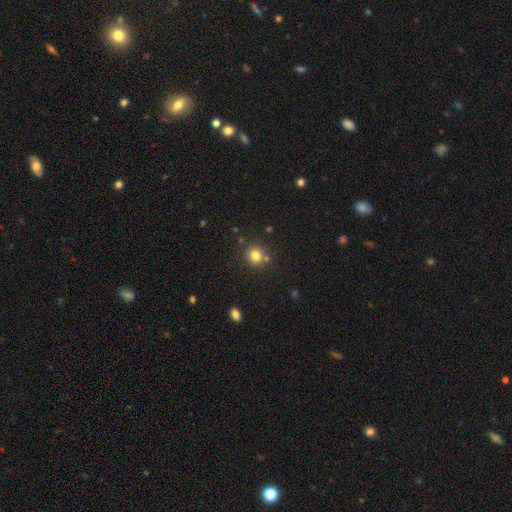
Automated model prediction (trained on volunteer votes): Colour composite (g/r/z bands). It shows a smooth galaxy with no disk features (80%) that is round (85%). Merging: none (79%).